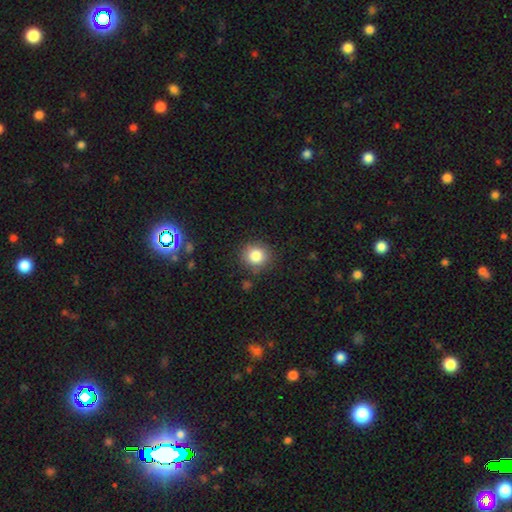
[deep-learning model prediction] Morphology: type=smooth (83%); roundness=round (90%); merging=none (86%).